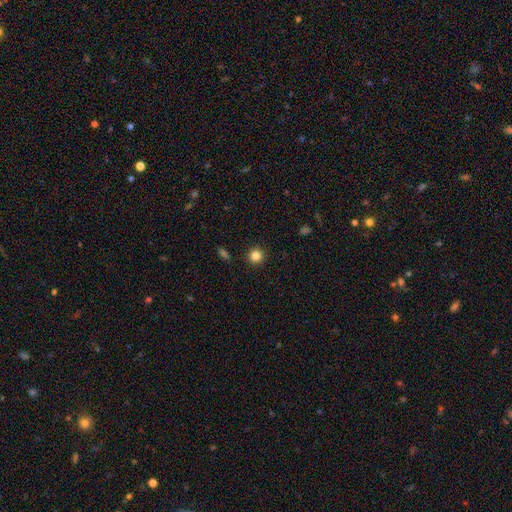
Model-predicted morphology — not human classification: This appears to be a smooth galaxy with no disk features (84%) that is round (95%). Merging: none (92%).